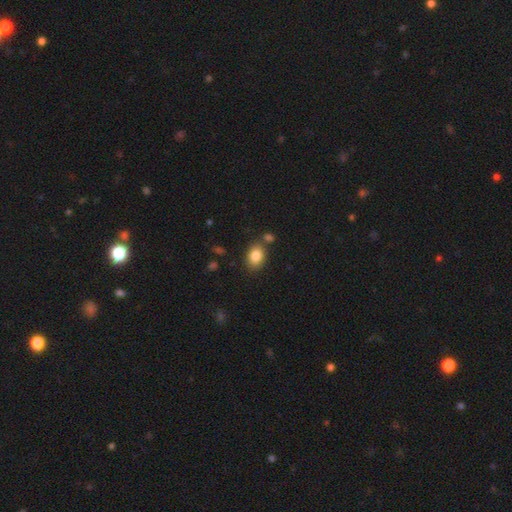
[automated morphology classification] Q: Smooth or featured?
A: smooth (85%); runner-up: star or artifact (8%)
Q: How rounded?
A: in between (75%); runner-up: round (24%)
Q: Merging?
A: none (75%); runner-up: minor disturbance (12%)